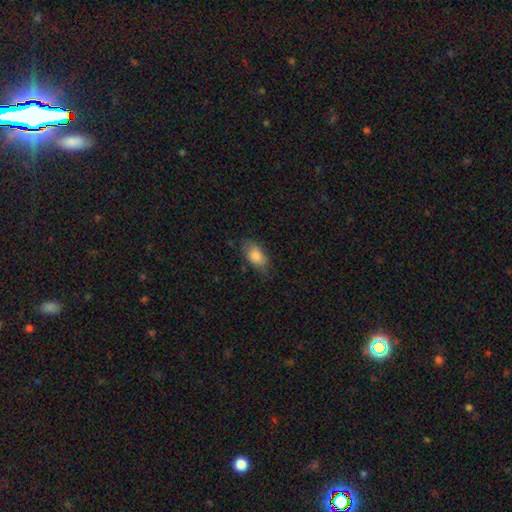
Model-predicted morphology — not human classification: A smooth galaxy with no disk features (82%) that is in between round and cigar-shaped (90%).

Vote fractions:
- Smooth or featured? smooth: 82% / featured or disk: 11% / star or artifact: 7%
- How rounded? in between: 90% / round: 5% / cigar-shaped: 4%
- Merging? none: 70% / minor disturbance: 23% / major disturbance: 6% / merger: 1%